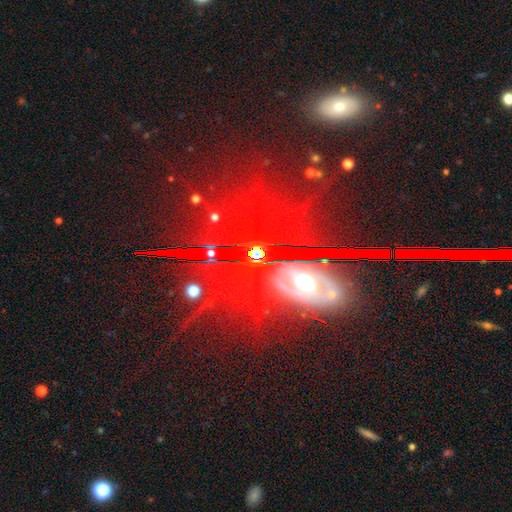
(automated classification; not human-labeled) smooth_or_featured: star or artifact (p=0.59) [alt: featured or disk p=0.30]